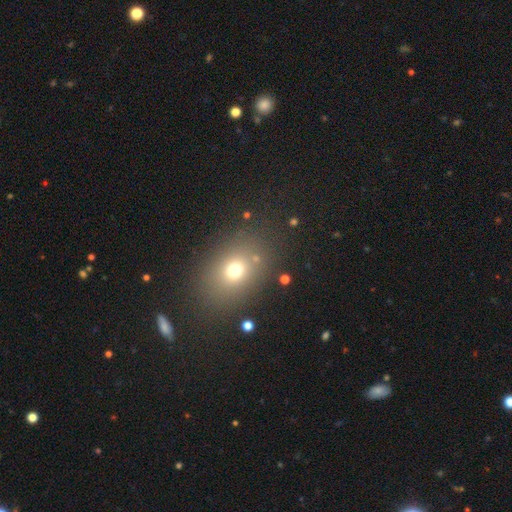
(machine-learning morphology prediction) This appears to be a smooth galaxy with no disk features (64%) that is in between round and cigar-shaped (57%). Merging: none (84%).